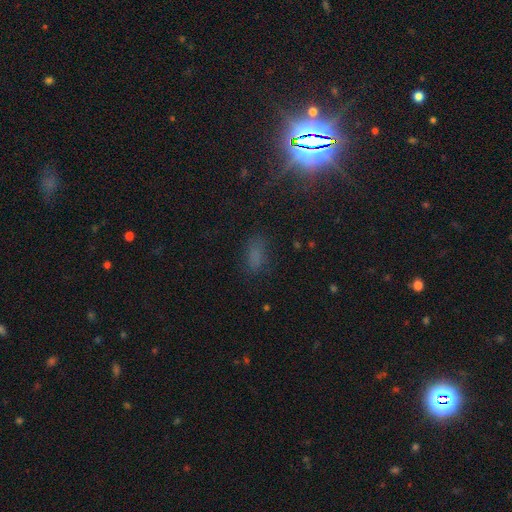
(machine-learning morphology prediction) smooth-or-featured: smooth: 59% | star or artifact: 32% | featured or disk: 9%
  how-rounded: in between: 84% | cigar-shaped: 8% | round: 8%
  merging: none: 74% | minor disturbance: 16% | major disturbance: 8% | merger: 2%